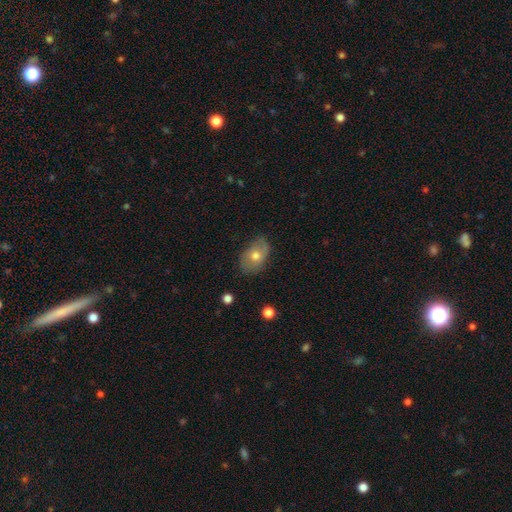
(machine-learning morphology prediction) This is likely a smooth galaxy (62%). How rounded: clearly in between (82%). Merging: likely none (72%).